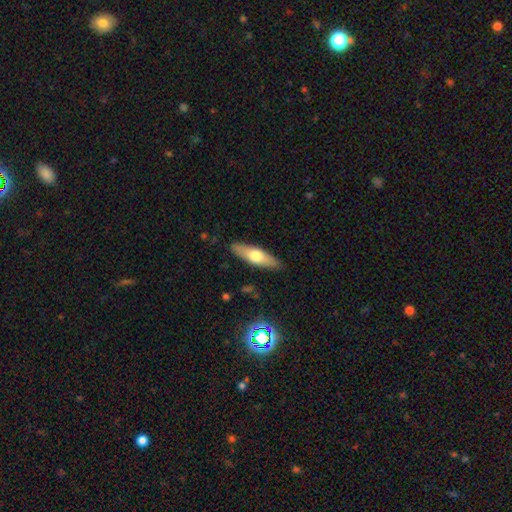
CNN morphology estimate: This appears to be a smooth galaxy with no disk features (54%) that is cigar-shaped (59%). Merging: none (88%).